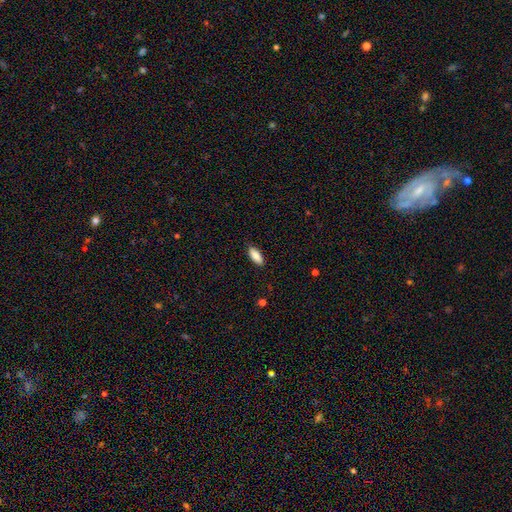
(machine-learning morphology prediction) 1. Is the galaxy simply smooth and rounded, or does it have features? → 87% smooth, 7% featured or disk, 6% star or artifact.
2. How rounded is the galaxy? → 80% in between, 18% cigar-shaped, 2% round.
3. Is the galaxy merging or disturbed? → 87% none, 10% minor disturbance, 2% major disturbance, 1% merger.